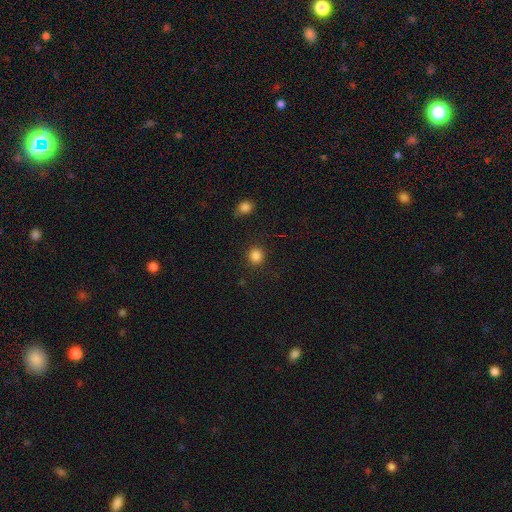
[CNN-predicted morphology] This is clearly a smooth galaxy (84%). How rounded: clearly round (91%). Merging: clearly none (89%).